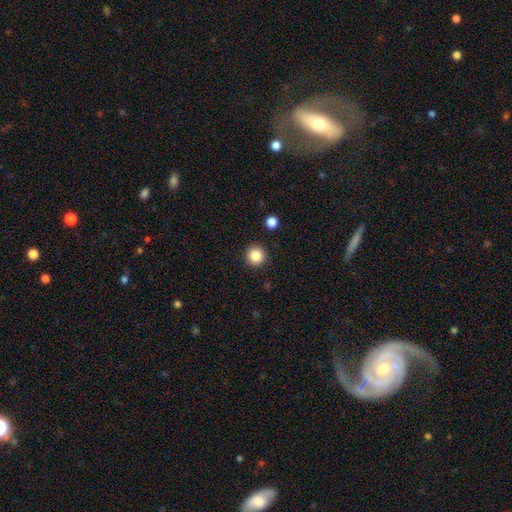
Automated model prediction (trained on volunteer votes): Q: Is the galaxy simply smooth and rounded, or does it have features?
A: smooth — 86%.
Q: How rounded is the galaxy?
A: round — 95%.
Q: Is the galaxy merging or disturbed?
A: none — 92%.